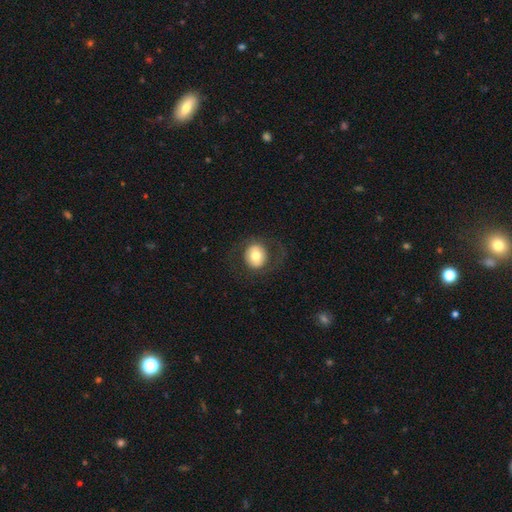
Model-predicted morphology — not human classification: smooth_or_featured: smooth (p=0.64) [alt: featured or disk p=0.28]
how_rounded: round (p=0.79) [alt: in between p=0.20]
merging: none (p=0.77) [alt: major disturbance p=0.11]